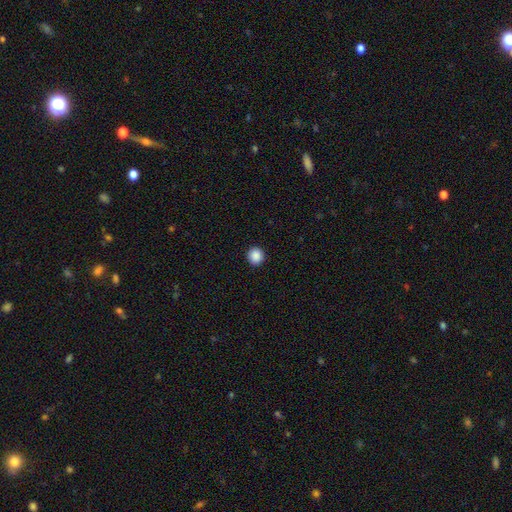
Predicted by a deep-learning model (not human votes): Smooth or featured: smooth — 89% (star or artifact — 9%)
How rounded: round — 93% (in between — 6%)
Merging: none — 93% (minor disturbance — 5%)